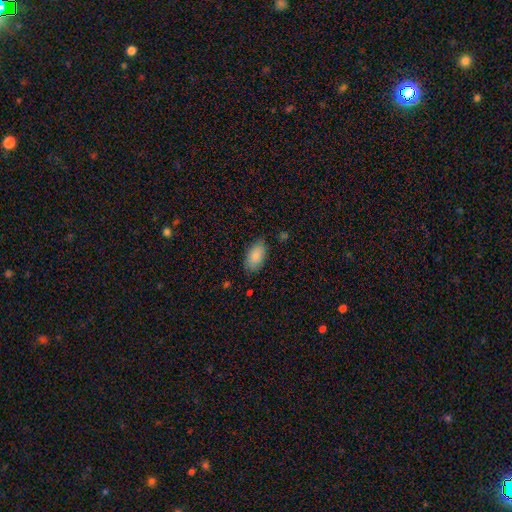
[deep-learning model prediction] Smooth or featured? smooth (87%)
How rounded? in between (94%)
Merging? none (82%)